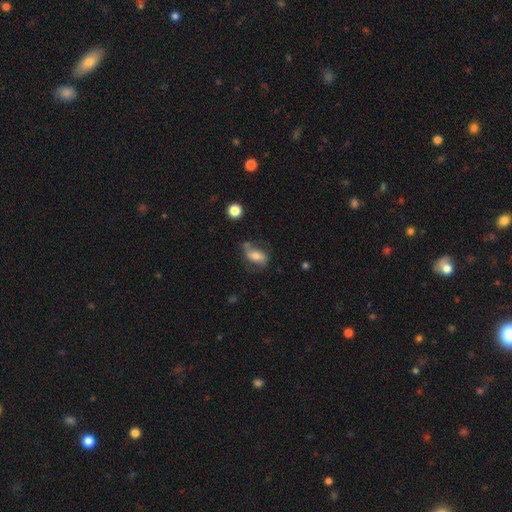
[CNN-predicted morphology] A smooth galaxy with no disk features (50%).

Vote fractions:
- Smooth or featured? smooth: 50% / featured or disk: 42% / star or artifact: 9%
- Merging? none: 52% / minor disturbance: 26% / major disturbance: 14% / merger: 8%